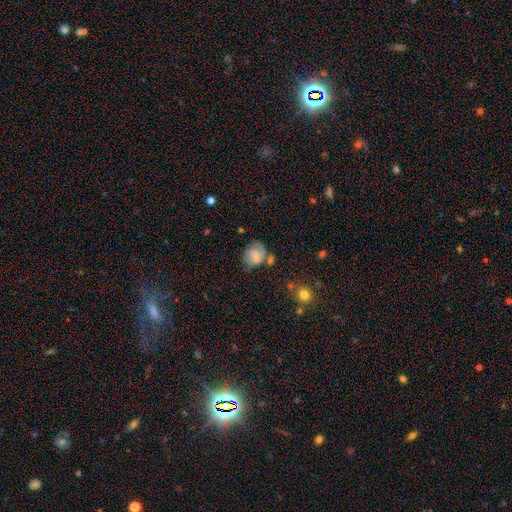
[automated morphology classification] smooth-or-featured: smooth: 67% | featured or disk: 23% | star or artifact: 10%
  how-rounded: round: 54% | in between: 45% | cigar-shaped: 1%
  merging: none: 47% | minor disturbance: 27% | merger: 15% | major disturbance: 11%